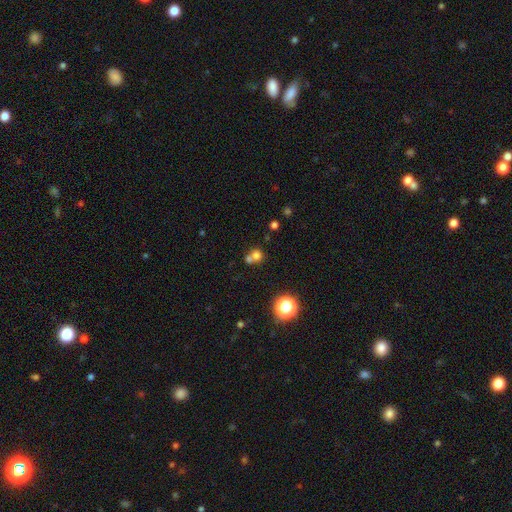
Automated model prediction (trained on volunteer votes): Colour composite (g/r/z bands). It shows a smooth galaxy with no disk features (71%) that is round (83%). Merging: merger (49%).